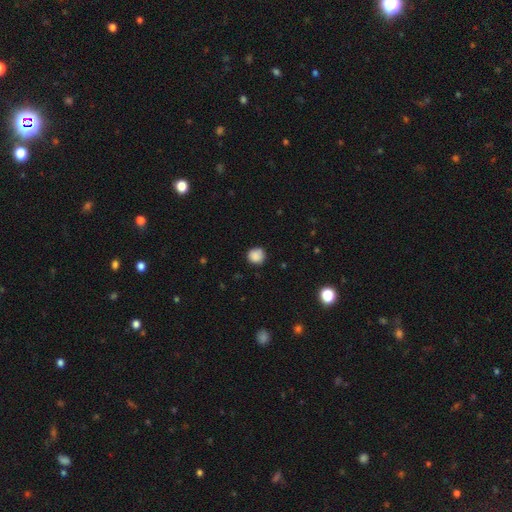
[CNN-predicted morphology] Q: Smooth or featured?
A: smooth (86%); runner-up: star or artifact (10%)
Q: How rounded?
A: round (89%); runner-up: in between (10%)
Q: Merging?
A: none (78%); runner-up: minor disturbance (17%)